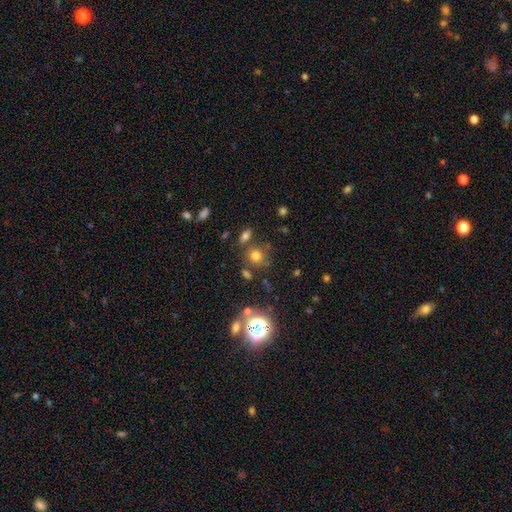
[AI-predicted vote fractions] Smooth or featured: smooth — 70% (star or artifact — 21%)
How rounded: round — 83% (in between — 16%)
Merging: none — 72% (merger — 12%)